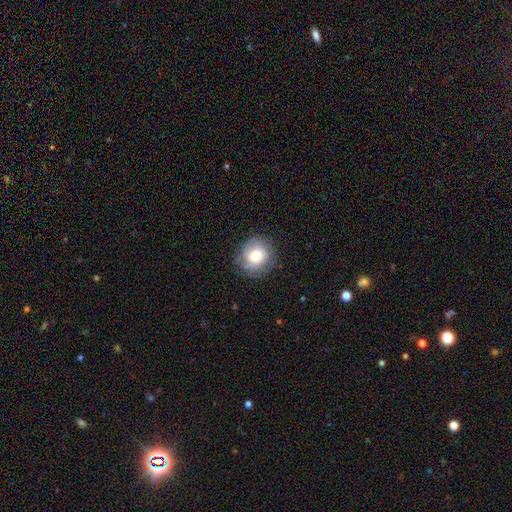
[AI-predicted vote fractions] A smooth galaxy with no disk features (58%) that is round (87%).

Vote fractions:
- Smooth or featured? smooth: 58% / featured or disk: 33% / star or artifact: 9%
- How rounded? round: 87% / in between: 12% / cigar-shaped: 1%
- Merging? none: 75% / minor disturbance: 17% / major disturbance: 6% / merger: 1%